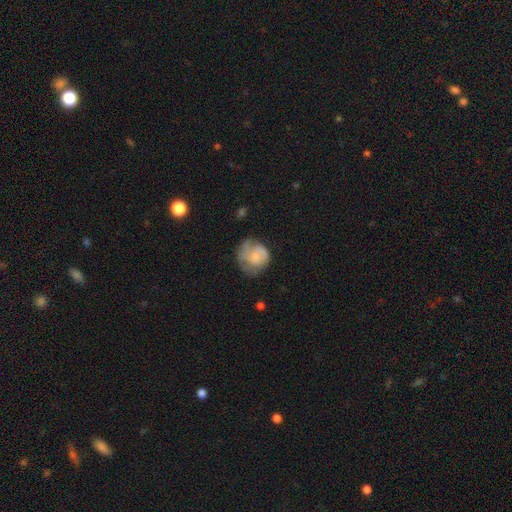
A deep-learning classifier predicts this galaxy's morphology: Overall: featured or disk (47%; smooth 45%). Merging: none (46%; minor disturbance 28%).